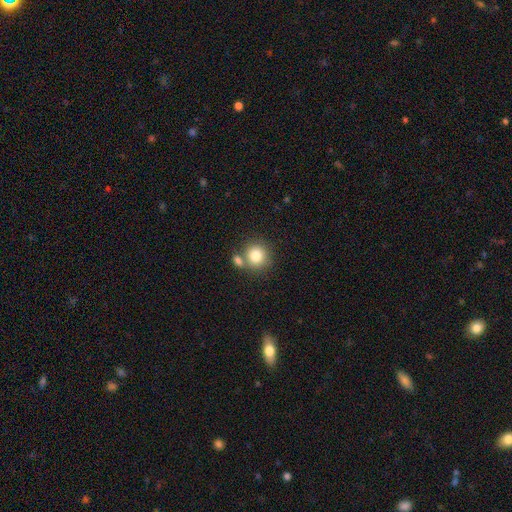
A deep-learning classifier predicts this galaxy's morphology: type=smooth (81%); roundness=round (88%); merging=none (60%).